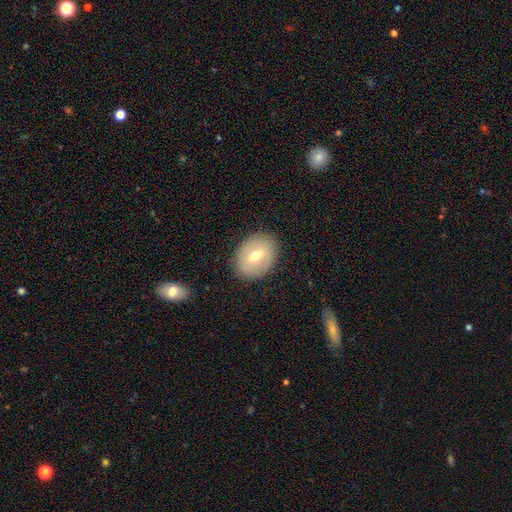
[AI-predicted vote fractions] Smooth or featured?
  - smooth: 53% *
  - featured or disk: 40%
  - star or artifact: 8%
How rounded?
  - in between: 66% *
  - round: 33%
  - cigar-shaped: 1%
Merging?
  - none: 86% *
  - minor disturbance: 10%
  - major disturbance: 3%
  - merger: 1%